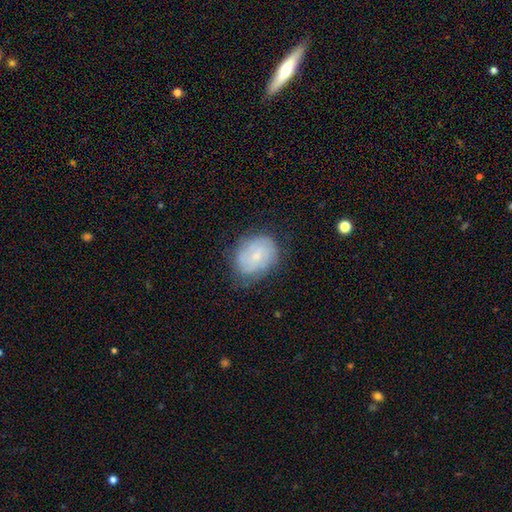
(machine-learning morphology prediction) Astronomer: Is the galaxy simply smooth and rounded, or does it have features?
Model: featured or disk — 51% (runner-up: smooth, 40%).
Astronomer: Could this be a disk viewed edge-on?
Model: no — 97%.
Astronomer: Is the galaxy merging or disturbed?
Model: none — 69%.